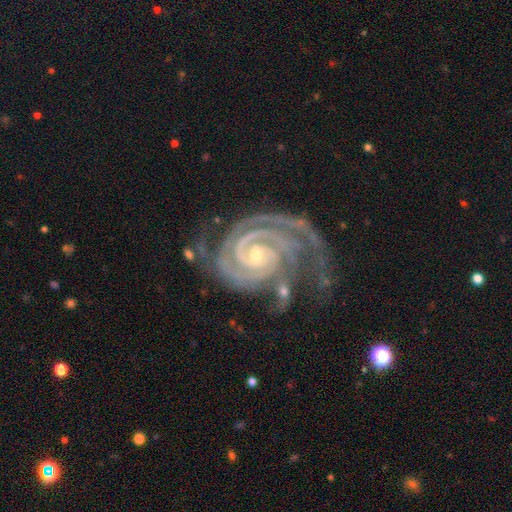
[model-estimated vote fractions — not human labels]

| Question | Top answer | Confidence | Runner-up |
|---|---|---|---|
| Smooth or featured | featured or disk | 94% | star or artifact (4%) |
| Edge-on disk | no | 98% | yes (2%) |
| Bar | no | 47% | weak (35%) |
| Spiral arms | yes | 99% | no (1%) |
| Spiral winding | tight | 83% | medium (15%) |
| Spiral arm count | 2 | 51% | 3 (26%) |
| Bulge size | small | 58% | moderate (39%) |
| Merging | none | 53% | minor disturbance (25%) |